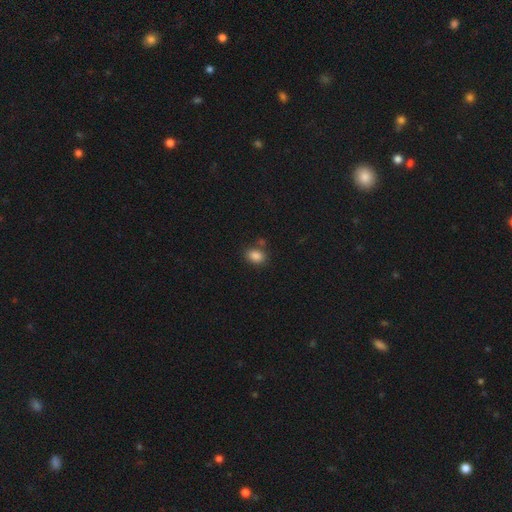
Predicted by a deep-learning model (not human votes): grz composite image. It shows a smooth galaxy with no disk features (86%) that is in between round and cigar-shaped (71%). Merging: none (71%).